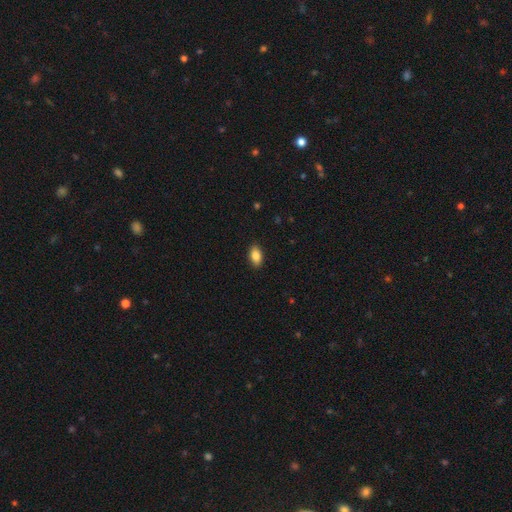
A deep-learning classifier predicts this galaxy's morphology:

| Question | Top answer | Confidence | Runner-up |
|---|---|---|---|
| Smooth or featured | smooth | 87% | star or artifact (7%) |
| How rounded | in between | 91% | round (6%) |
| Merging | none | 89% | minor disturbance (8%) |